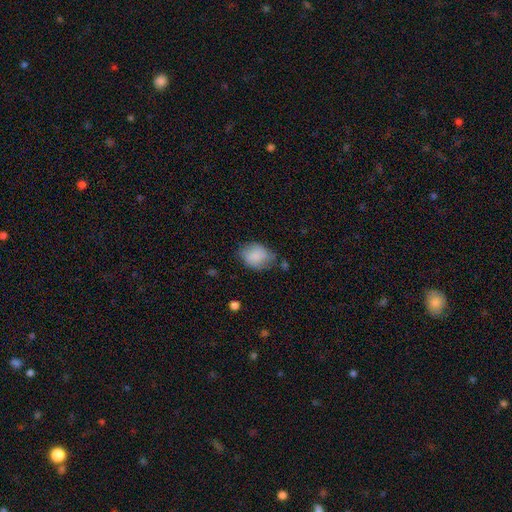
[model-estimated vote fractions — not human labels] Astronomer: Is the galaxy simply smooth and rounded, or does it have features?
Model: smooth — 80%.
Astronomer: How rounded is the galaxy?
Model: in between — 64%.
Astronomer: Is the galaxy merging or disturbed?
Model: none — 57%.